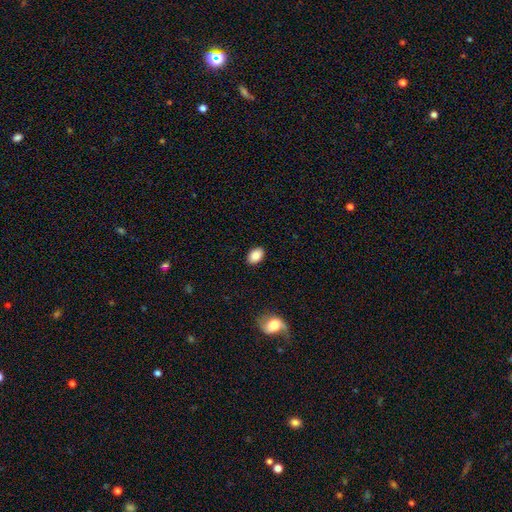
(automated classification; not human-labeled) This appears to be a smooth galaxy with no disk features (86%) that is in between round and cigar-shaped (84%). Merging: none (89%).